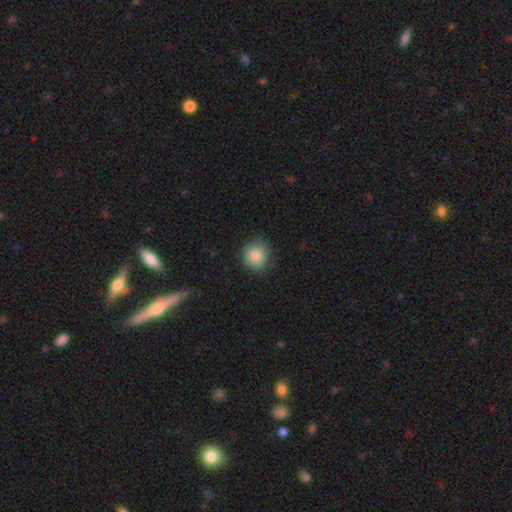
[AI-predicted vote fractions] A smooth galaxy with no disk features (85%) that is round (87%).

Vote fractions:
- Smooth or featured? smooth: 85% / star or artifact: 8% / featured or disk: 7%
- How rounded? round: 87% / in between: 12% / cigar-shaped: 1%
- Merging? none: 77% / minor disturbance: 18% / major disturbance: 4% / merger: 1%